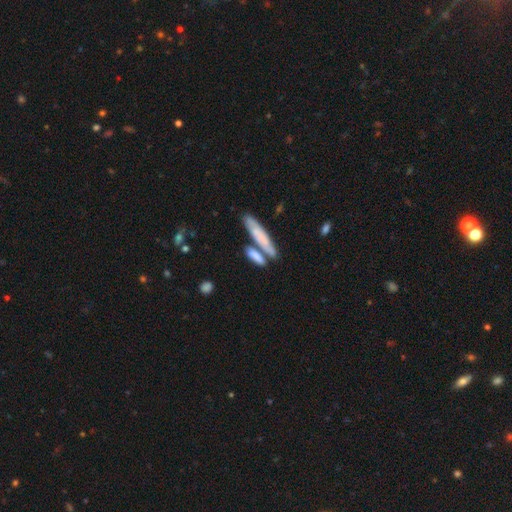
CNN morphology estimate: Overall: smooth (73%). How rounded: cigar-shaped (69%). Merging: none (57%; merger 26%).